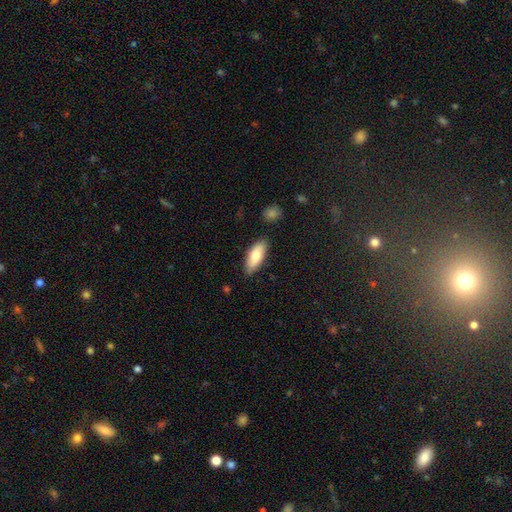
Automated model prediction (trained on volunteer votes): Smooth or featured? smooth (79%)
How rounded? in between (78%)
Merging? none (83%)